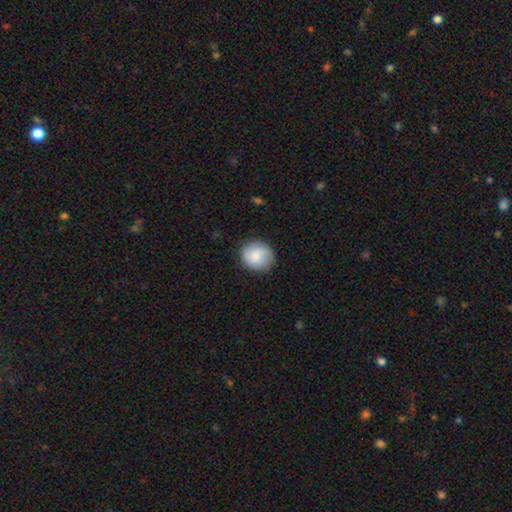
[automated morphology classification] A smooth galaxy with no disk features (79%) that is round (88%). Merging: none (86%).